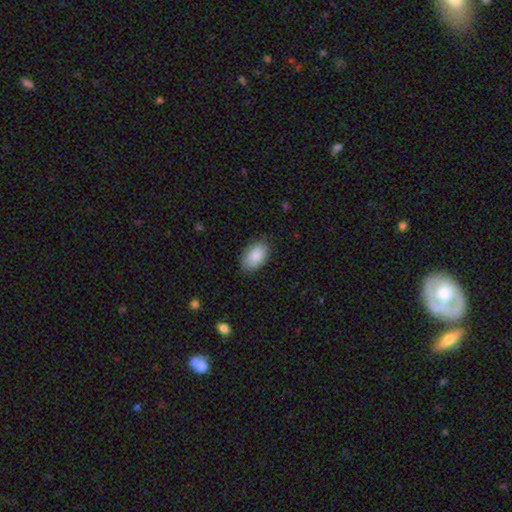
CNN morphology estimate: Smooth or featured? Predicted: smooth (p=0.87). How rounded? Predicted: in between (p=0.93). Merging? Predicted: none (p=0.82).